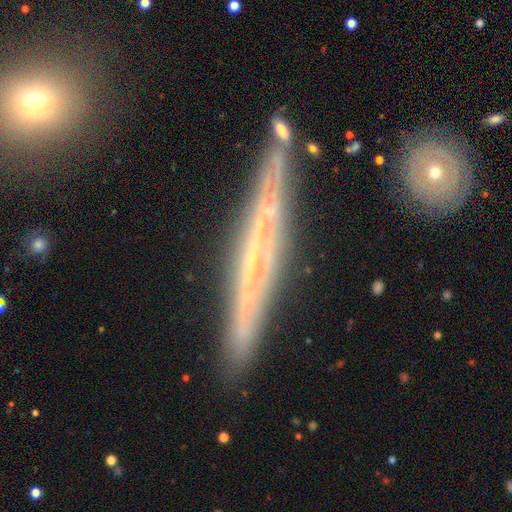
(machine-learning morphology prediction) Overall: featured or disk (73%). Edge-on disk: yes (90%). Edge-on bulge: none (80%). Merging: none (81%).